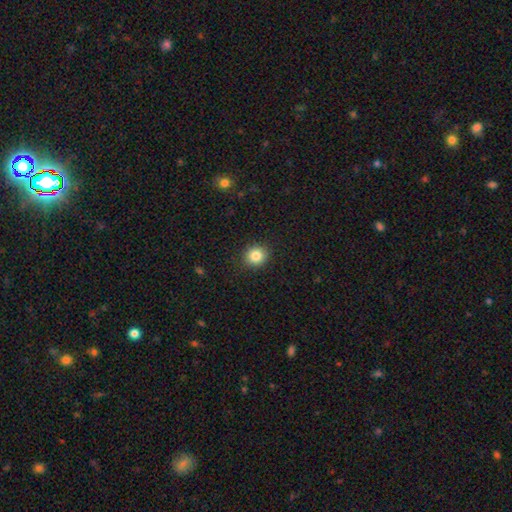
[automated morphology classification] Smooth or featured: smooth — 84% (star or artifact — 10%)
How rounded: round — 87% (in between — 12%)
Merging: none — 90% (minor disturbance — 7%)